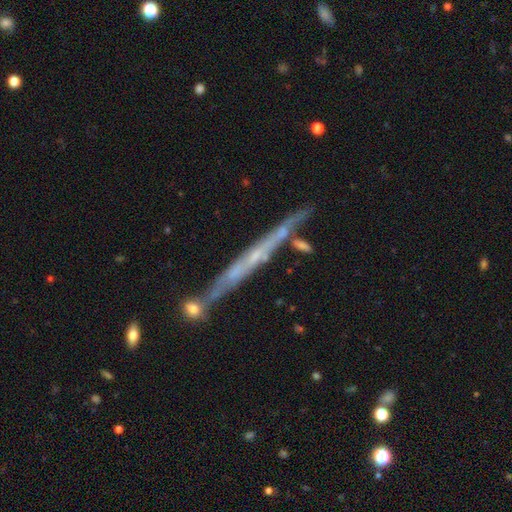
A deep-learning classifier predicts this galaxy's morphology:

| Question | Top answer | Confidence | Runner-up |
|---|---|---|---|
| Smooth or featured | featured or disk | 69% | smooth (23%) |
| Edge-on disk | yes | 93% | no (7%) |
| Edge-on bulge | none | 76% | rounded (18%) |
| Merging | none | 75% | minor disturbance (14%) |